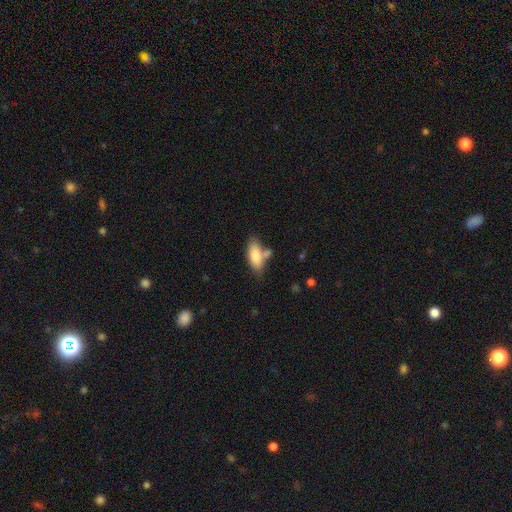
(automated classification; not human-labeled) smooth-or-featured: smooth: 79% | featured or disk: 14% | star or artifact: 6%
  how-rounded: in between: 81% | cigar-shaped: 17% | round: 3%
  merging: none: 60% | merger: 19% | minor disturbance: 17% | major disturbance: 4%